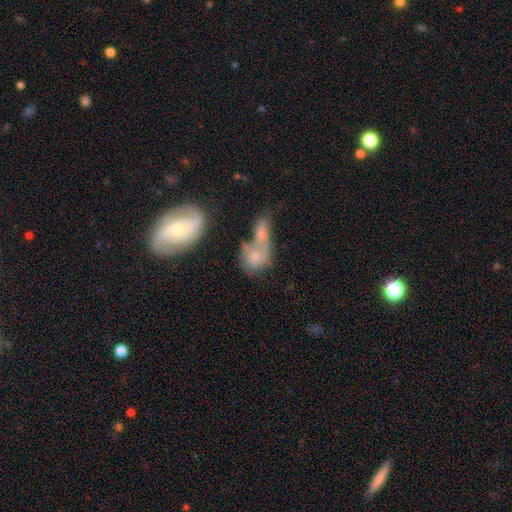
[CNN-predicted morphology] smooth_or_featured: smooth (p=0.63) [alt: featured or disk p=0.27]
how_rounded: in between (p=0.60) [alt: round p=0.34]
merging: merger (p=0.62) [alt: none p=0.18]